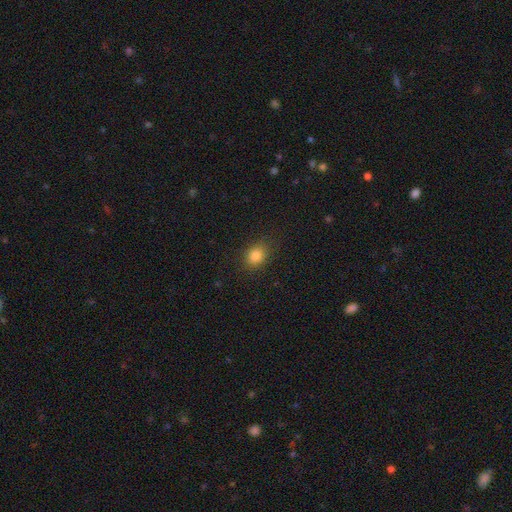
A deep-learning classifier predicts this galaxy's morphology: smooth 83%, star or artifact 12%, featured or disk 5%. Down the decision tree: how rounded — round (60%); merging — none (84%).